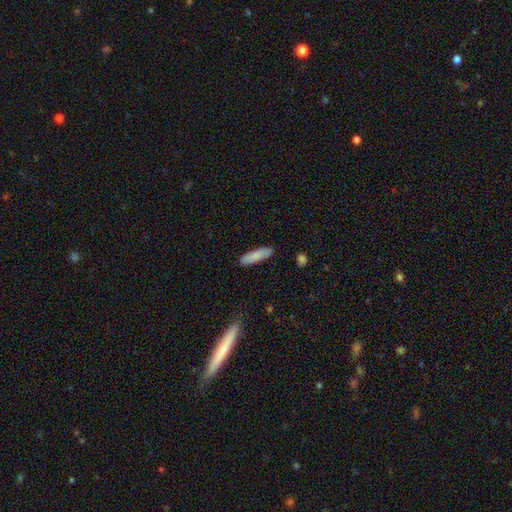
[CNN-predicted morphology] A smooth galaxy with no disk features (84%) that is cigar-shaped (65%). Merging: none (88%).